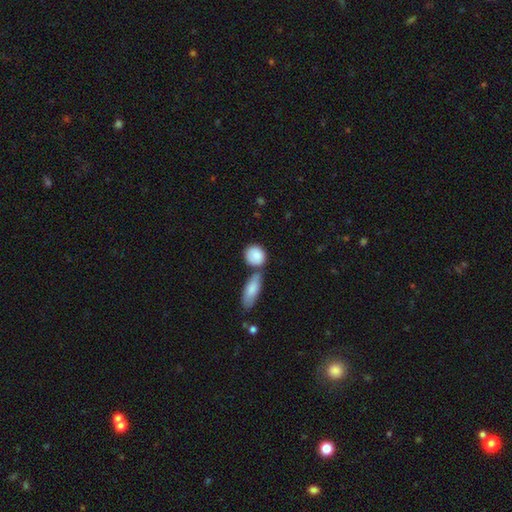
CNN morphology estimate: A smooth galaxy with no disk features (86%) that is round (66%). Merging: none (58%).